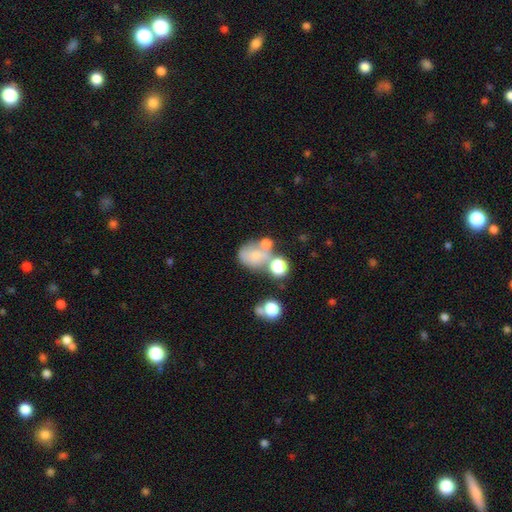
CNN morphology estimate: smooth-or-featured: smooth: 59% | featured or disk: 25% | star or artifact: 15%
  how-rounded: in between: 52% | round: 47% | cigar-shaped: 1%
  merging: merger: 36% | none: 32% | minor disturbance: 17% | major disturbance: 15%